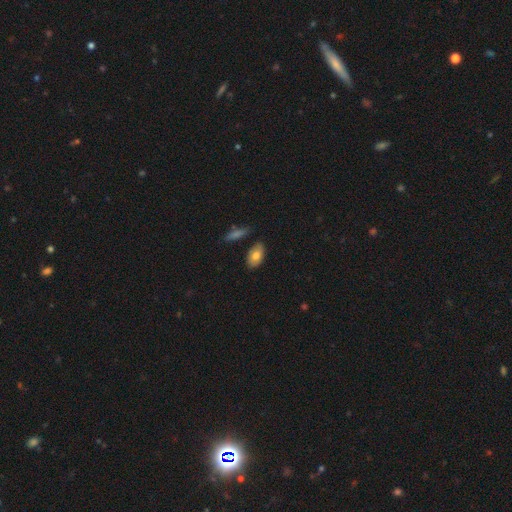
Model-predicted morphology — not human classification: A smooth galaxy with no disk features (76%) that is in between round and cigar-shaped (92%).

Vote fractions:
- Smooth or featured? smooth: 76% / featured or disk: 17% / star or artifact: 7%
- How rounded? in between: 92% / round: 5% / cigar-shaped: 3%
- Merging? none: 79% / minor disturbance: 14% / merger: 4% / major disturbance: 3%